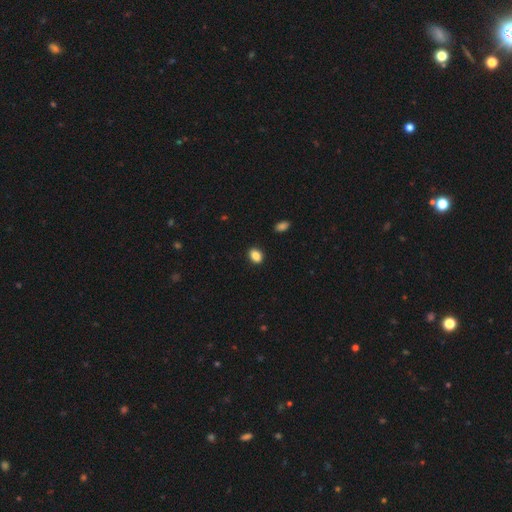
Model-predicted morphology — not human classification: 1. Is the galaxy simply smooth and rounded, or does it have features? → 87% smooth, 9% star or artifact, 4% featured or disk.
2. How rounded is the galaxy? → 71% in between, 28% round, 1% cigar-shaped.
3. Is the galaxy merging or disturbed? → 90% none, 7% minor disturbance, 2% major disturbance, 1% merger.